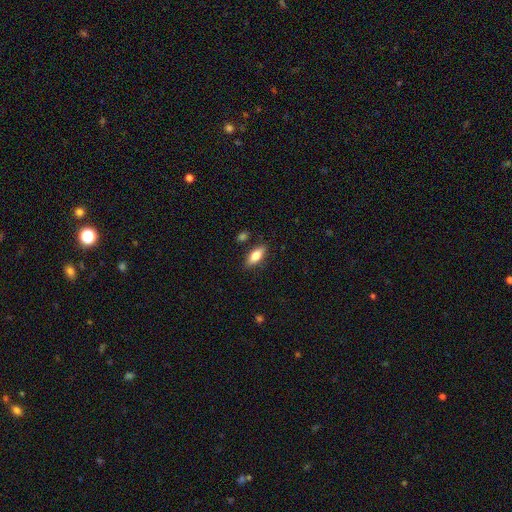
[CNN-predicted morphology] type=smooth (74%); roundness=in between (76%); merging=none (83%).